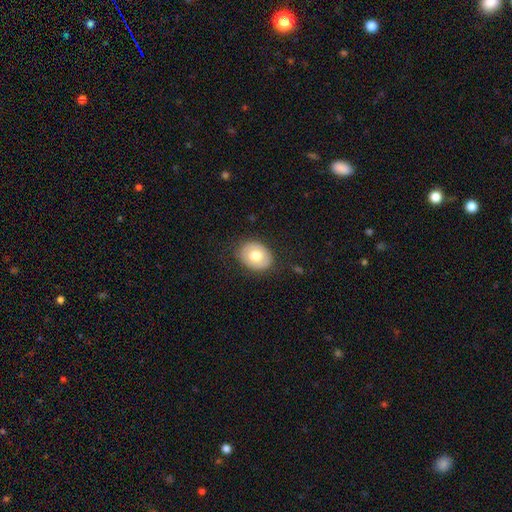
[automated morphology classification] Smooth or featured? smooth (67%)
How rounded? in between (63%)
Merging? none (82%)